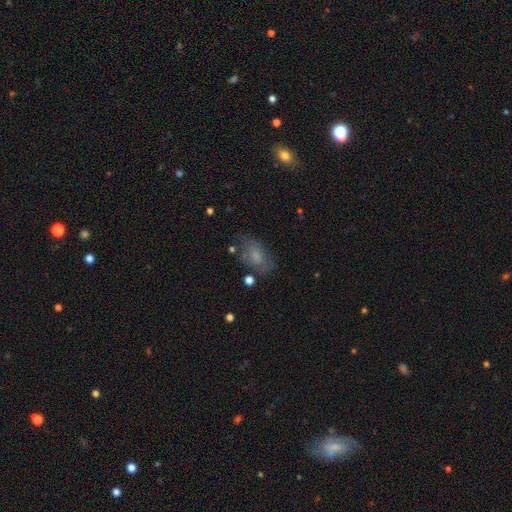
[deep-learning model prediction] smooth-or-featured: smooth: 59% | featured or disk: 30% | star or artifact: 11%
  how-rounded: in between: 87% | round: 10% | cigar-shaped: 3%
  merging: none: 59% | minor disturbance: 24% | major disturbance: 13% | merger: 4%